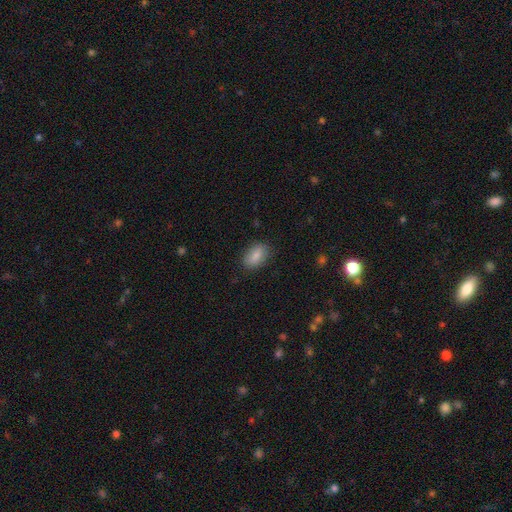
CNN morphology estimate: Smooth or featured? Predicted: smooth (p=0.87). How rounded? Predicted: in between (p=0.90). Merging? Predicted: none (p=0.84).